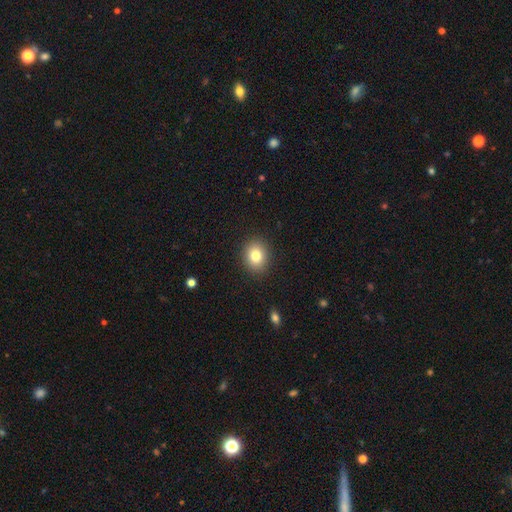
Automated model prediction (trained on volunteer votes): smooth-or-featured: smooth: 81% | star or artifact: 10% | featured or disk: 9%
  how-rounded: round: 62% | in between: 37% | cigar-shaped: 1%
  merging: none: 90% | minor disturbance: 7% | major disturbance: 2% | merger: 1%